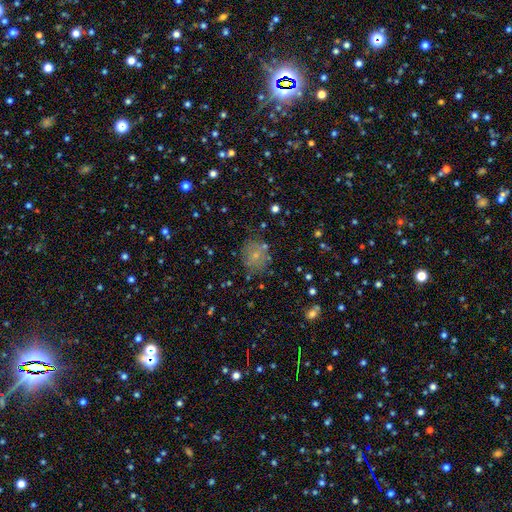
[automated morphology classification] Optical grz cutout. It shows a smooth galaxy with no disk features (64%) that is round (74%). Merging: none (73%).